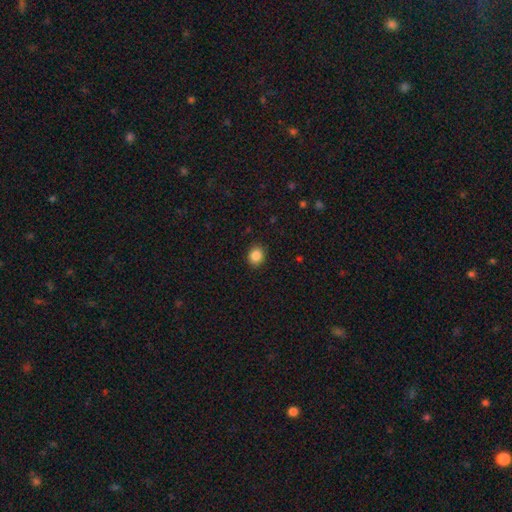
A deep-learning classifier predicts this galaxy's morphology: This appears to be a smooth galaxy with no disk features (87%) that is round (69%). Merging: none (89%).